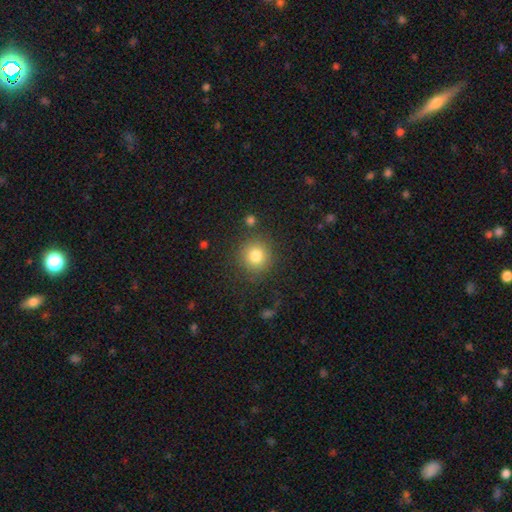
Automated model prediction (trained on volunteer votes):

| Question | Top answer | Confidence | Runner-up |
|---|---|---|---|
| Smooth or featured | smooth | 80% | star or artifact (12%) |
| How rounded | round | 92% | in between (7%) |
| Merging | none | 86% | minor disturbance (8%) |